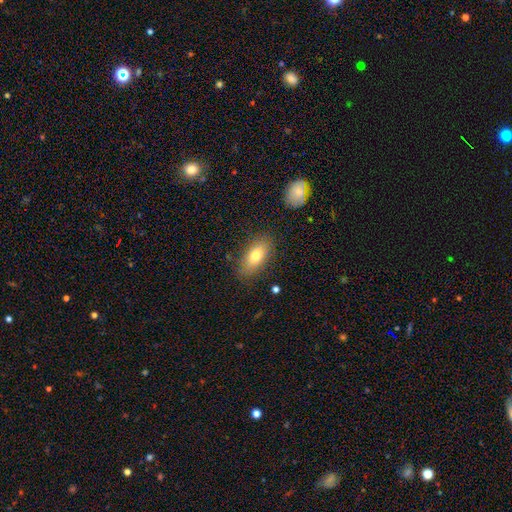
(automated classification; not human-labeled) Smooth or featured? Predicted: smooth (p=0.76). How rounded? Predicted: in between (p=0.86). Merging? Predicted: none (p=0.82).